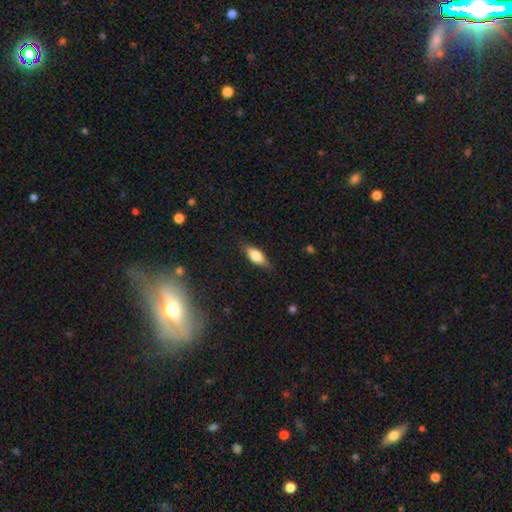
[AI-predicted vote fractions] Smooth or featured? smooth (77%)
How rounded? in between (75%)
Merging? none (82%)